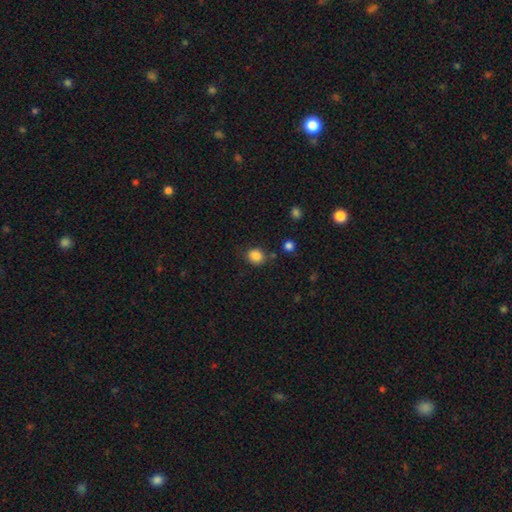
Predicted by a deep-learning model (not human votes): smooth-or-featured: smooth: 86% | star or artifact: 11% | featured or disk: 4%
  how-rounded: round: 71% | in between: 28% | cigar-shaped: 1%
  merging: none: 78% | minor disturbance: 13% | merger: 5% | major disturbance: 4%